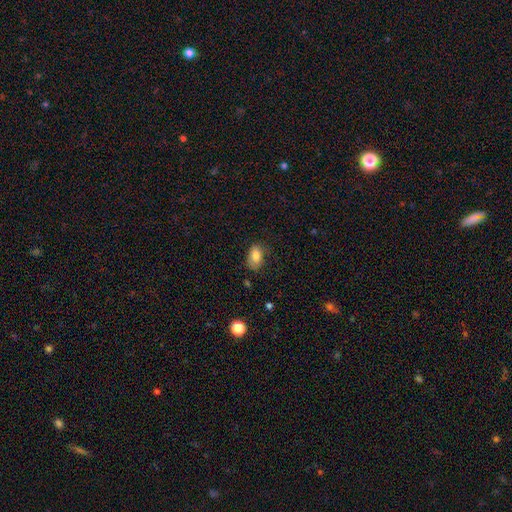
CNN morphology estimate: smooth 84%, star or artifact 9%, featured or disk 8%. Down the decision tree: how rounded — in between (89%); merging — none (70%).